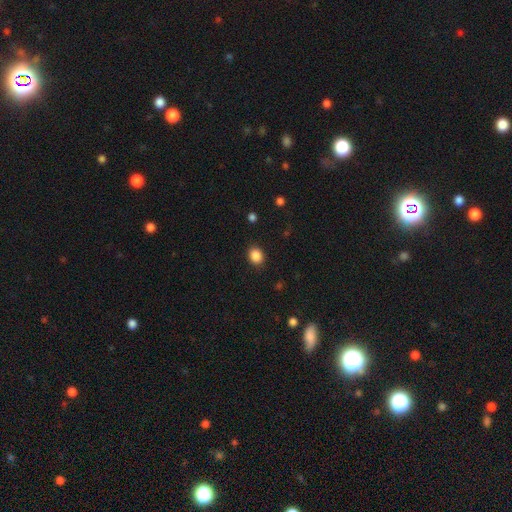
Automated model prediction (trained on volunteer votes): This appears to be a smooth galaxy with no disk features (87%) that is round (53%). Merging: none (89%).